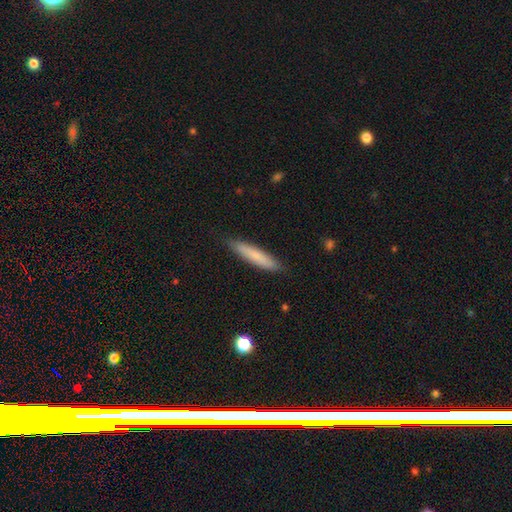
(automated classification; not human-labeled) The model was most divided on "smooth or featured": smooth: 76%, featured or disk: 18%, star or artifact: 6%. More confident: how rounded — cigar-shaped (89%); merging — none (88%).